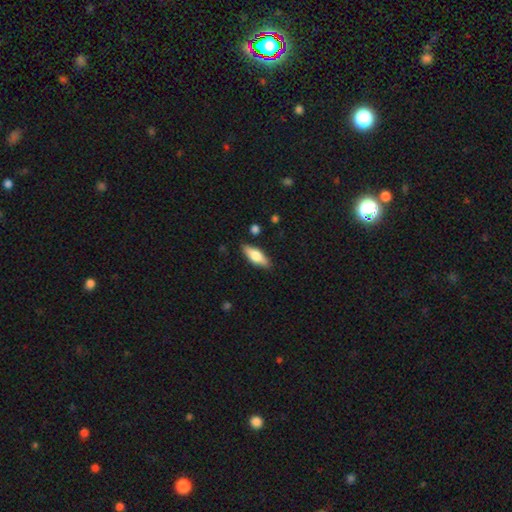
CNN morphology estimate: Smooth or featured? smooth (65%)
How rounded? in between (64%)
Merging? none (87%)